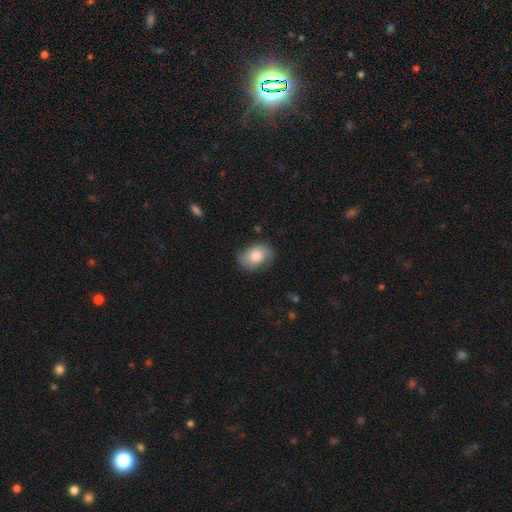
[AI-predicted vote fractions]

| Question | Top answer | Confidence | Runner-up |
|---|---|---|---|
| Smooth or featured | smooth | 62% | featured or disk (31%) |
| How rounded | in between | 78% | round (21%) |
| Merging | none | 67% | minor disturbance (24%) |